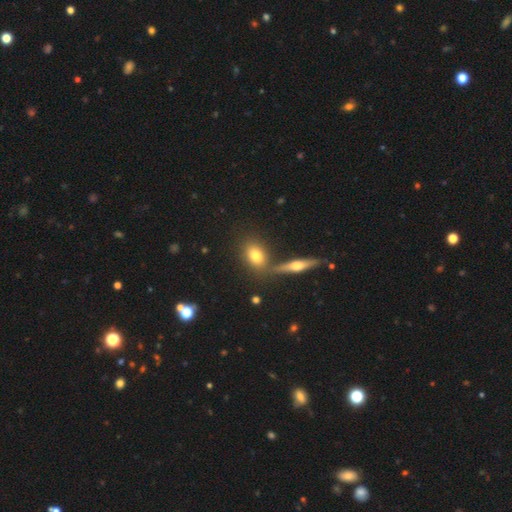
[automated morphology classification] Smooth or featured? Predicted: smooth (p=0.73). How rounded? Predicted: in between (p=0.69). Merging? Predicted: none (p=0.67).